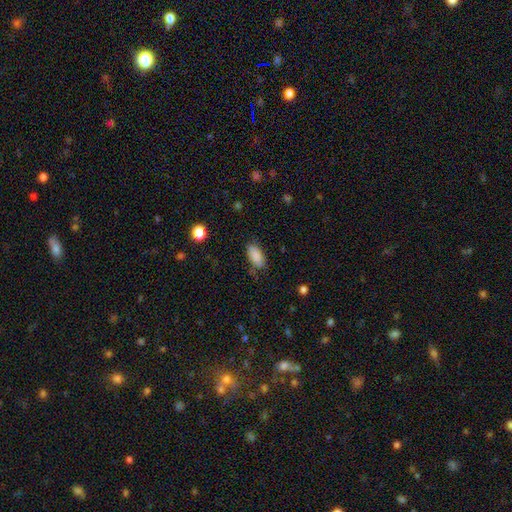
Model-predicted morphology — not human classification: The model was most divided on "merging": none: 76%, minor disturbance: 18%, major disturbance: 4%, merger: 2%. More confident: how rounded — in between (88%); smooth or featured — smooth (87%).